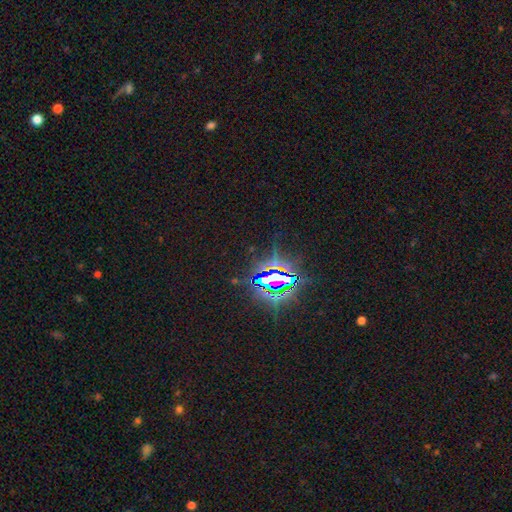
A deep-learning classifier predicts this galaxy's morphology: Smooth or featured?
  - star or artifact: 84% *
  - smooth: 8%
  - featured or disk: 8%